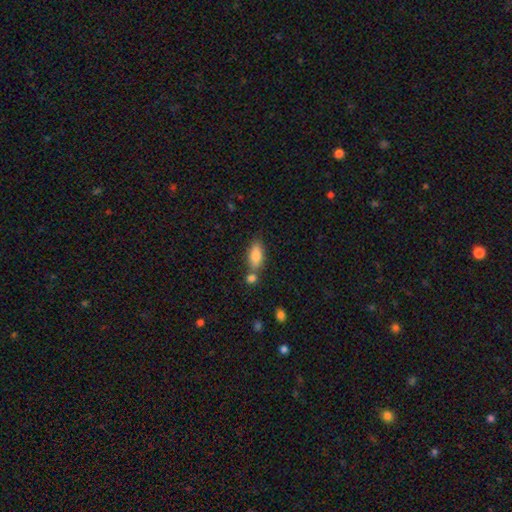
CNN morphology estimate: A smooth galaxy with no disk features (83%) that is in between round and cigar-shaped (80%). Merging: none (60%).